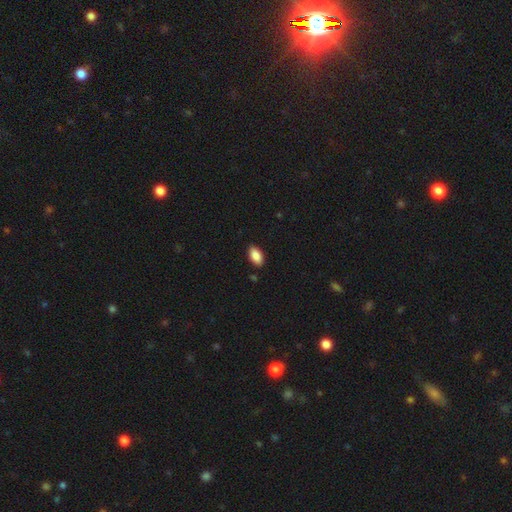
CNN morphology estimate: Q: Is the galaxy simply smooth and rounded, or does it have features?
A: smooth — 87%.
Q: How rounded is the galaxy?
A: in between — 93%.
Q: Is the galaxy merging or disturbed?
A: none — 88%.